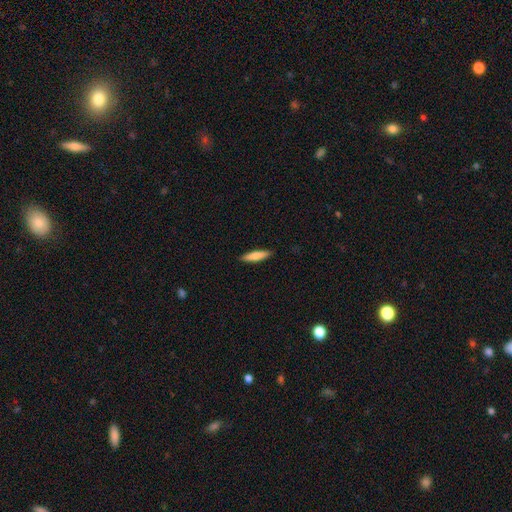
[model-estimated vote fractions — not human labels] smooth_or_featured: smooth (p=0.78) [alt: featured or disk p=0.16]
how_rounded: cigar-shaped (p=0.80) [alt: in between p=0.19]
merging: none (p=0.90) [alt: minor disturbance p=0.08]